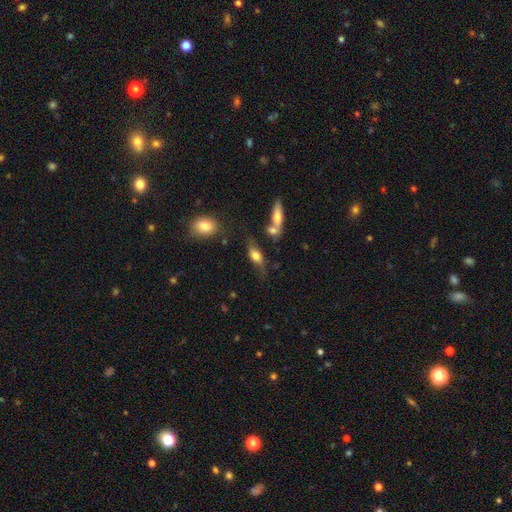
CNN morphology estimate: smooth_or_featured: smooth (p=0.68) [alt: featured or disk p=0.23]
how_rounded: in between (p=0.78) [alt: cigar-shaped p=0.15]
merging: none (p=0.53) [alt: minor disturbance p=0.24]